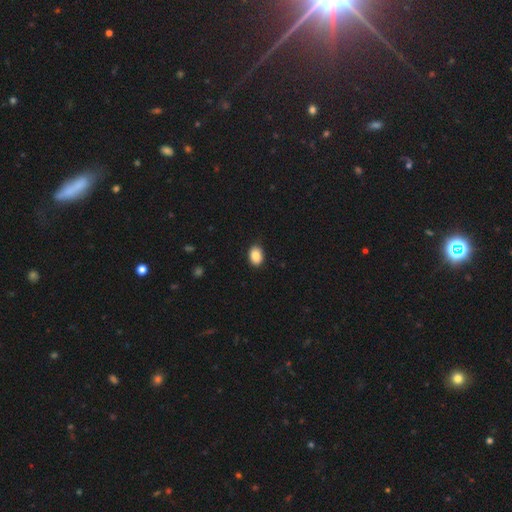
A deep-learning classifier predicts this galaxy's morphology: smooth 87%, star or artifact 8%, featured or disk 5%. Down the decision tree: how rounded — in between (80%); merging — none (86%).